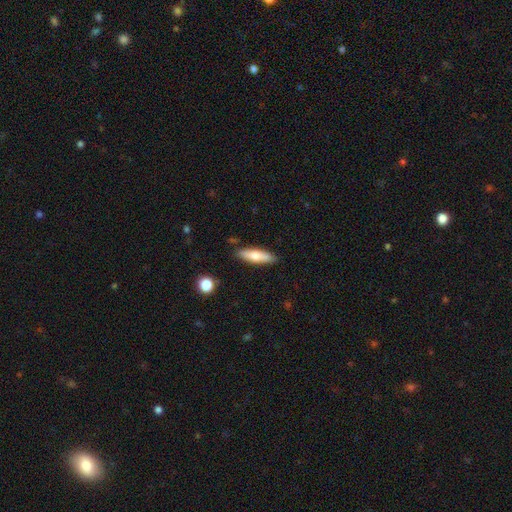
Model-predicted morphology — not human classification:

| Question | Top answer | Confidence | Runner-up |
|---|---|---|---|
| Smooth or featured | smooth | 71% | featured or disk (23%) |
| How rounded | cigar-shaped | 60% | in between (38%) |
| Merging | none | 84% | minor disturbance (11%) |